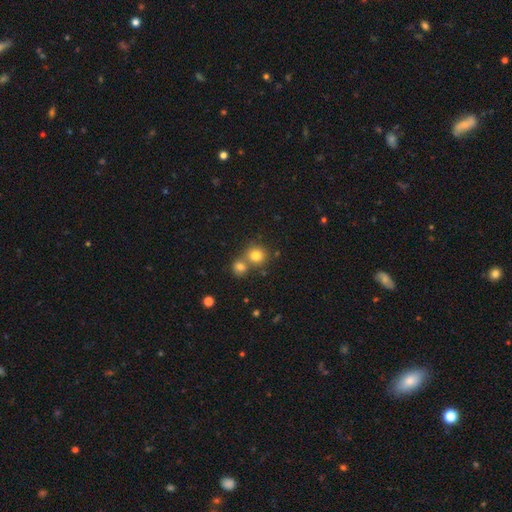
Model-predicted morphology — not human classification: The model was most divided on "merging": none: 53%, merger: 38%, minor disturbance: 6%, major disturbance: 2%. More confident: how rounded — round (87%); smooth or featured — smooth (79%).